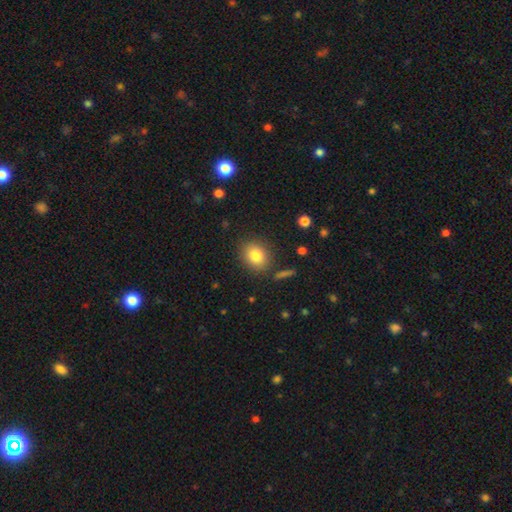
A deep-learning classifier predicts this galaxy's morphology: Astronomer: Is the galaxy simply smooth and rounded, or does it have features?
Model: smooth — 82%.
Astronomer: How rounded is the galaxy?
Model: round — 63%.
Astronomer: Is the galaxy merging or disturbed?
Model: none — 84%.